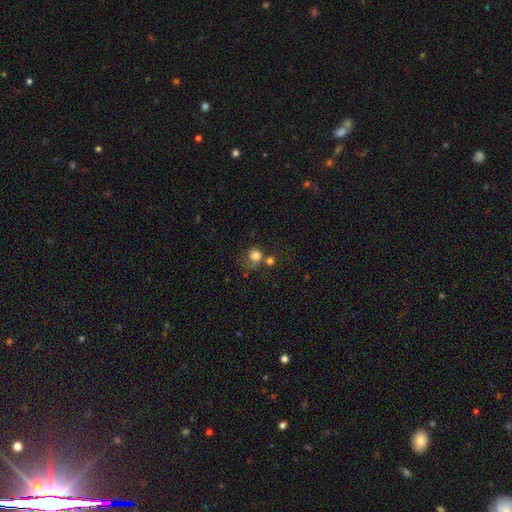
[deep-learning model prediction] Smooth or featured? smooth (78%)
How rounded? round (84%)
Merging? none (44%)